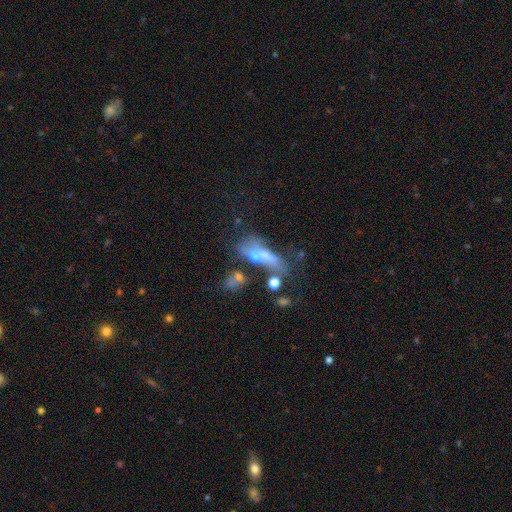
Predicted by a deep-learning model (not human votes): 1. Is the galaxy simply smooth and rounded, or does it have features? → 42% featured or disk (tied), 42% smooth (tied), 16% star or artifact.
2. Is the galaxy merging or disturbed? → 46% merger, 21% none, 20% major disturbance, 12% minor disturbance.